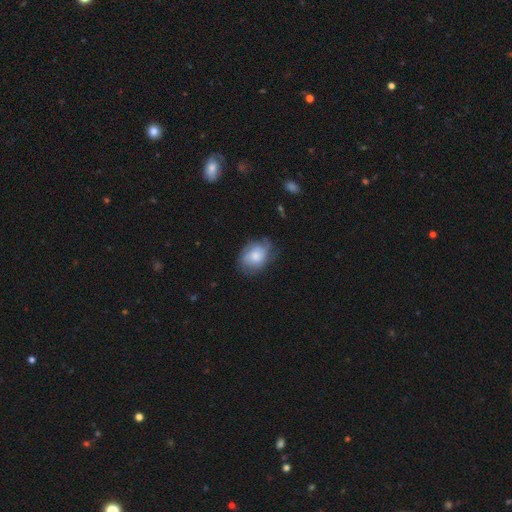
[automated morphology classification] This is possibly a smooth galaxy (59%). How rounded: likely in between (63%). Merging: likely none (61%).